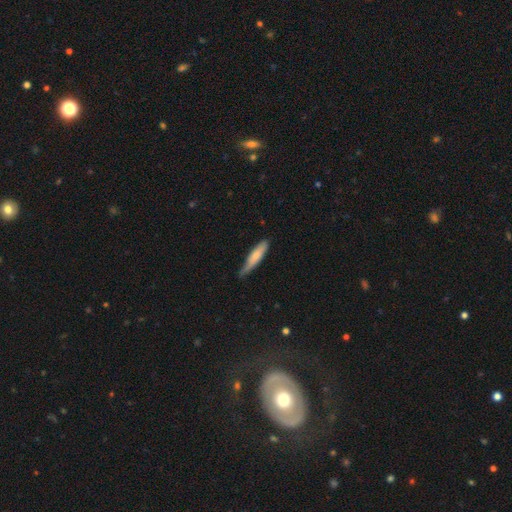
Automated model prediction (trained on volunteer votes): smooth 70%, featured or disk 25%, star or artifact 5%. Down the decision tree: how rounded — cigar-shaped (80%); merging — none (57%).